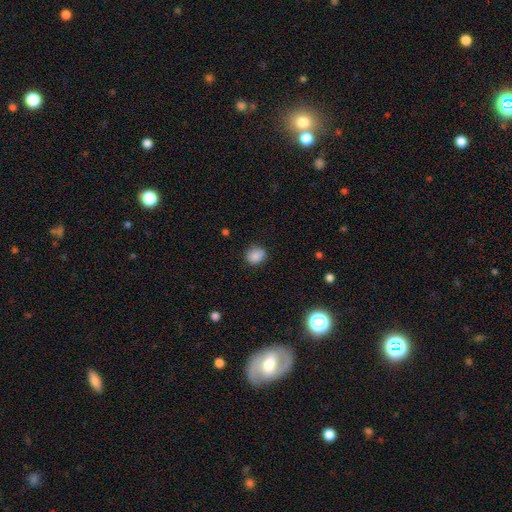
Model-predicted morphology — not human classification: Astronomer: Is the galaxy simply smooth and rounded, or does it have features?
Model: smooth — 86%.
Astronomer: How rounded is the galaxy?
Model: round — 68%.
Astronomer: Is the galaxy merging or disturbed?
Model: none — 81%.